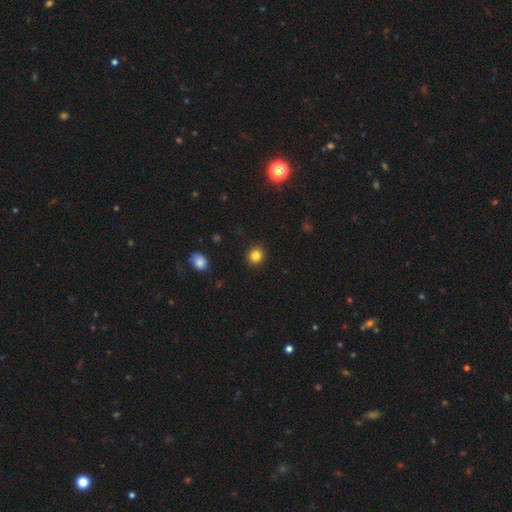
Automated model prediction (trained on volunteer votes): Smooth or featured? smooth (85%)
How rounded? round (87%)
Merging? none (91%)